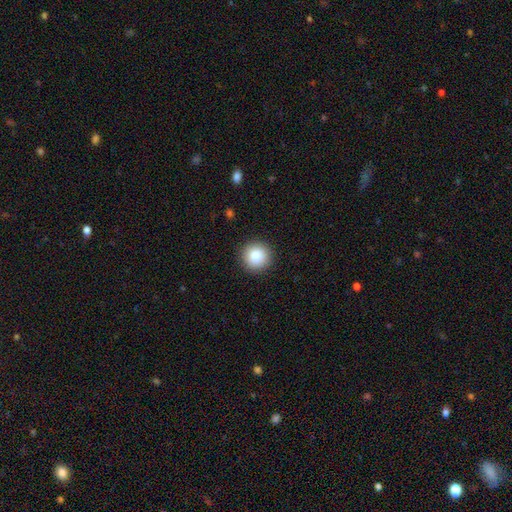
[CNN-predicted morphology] Overall: smooth (85%). How rounded: round (95%). Merging: none (92%).